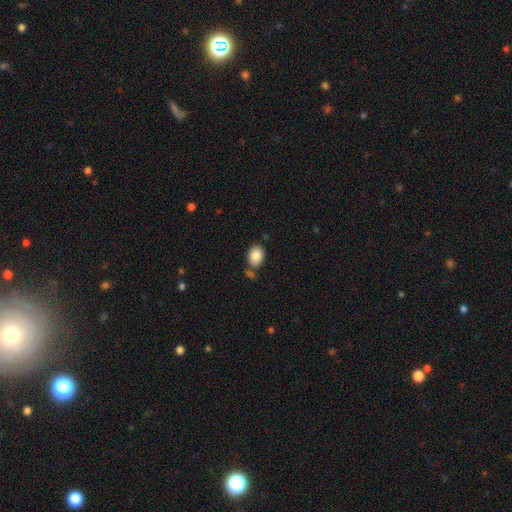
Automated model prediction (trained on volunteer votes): Smooth or featured? smooth (86%)
How rounded? in between (72%)
Merging? none (70%)